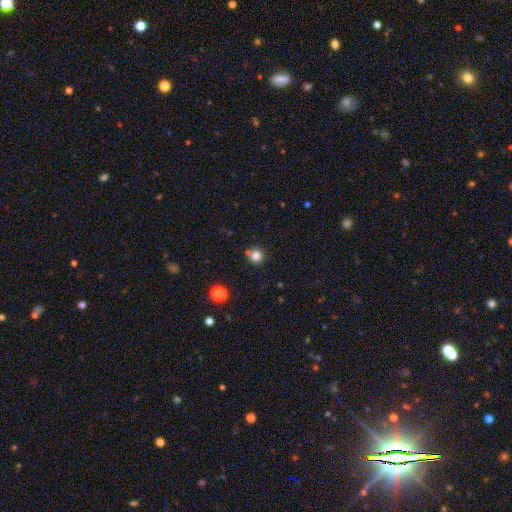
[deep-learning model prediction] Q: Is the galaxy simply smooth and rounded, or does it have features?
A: smooth — 81%.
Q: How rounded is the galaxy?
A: round — 93%.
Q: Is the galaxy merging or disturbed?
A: none — 77%.